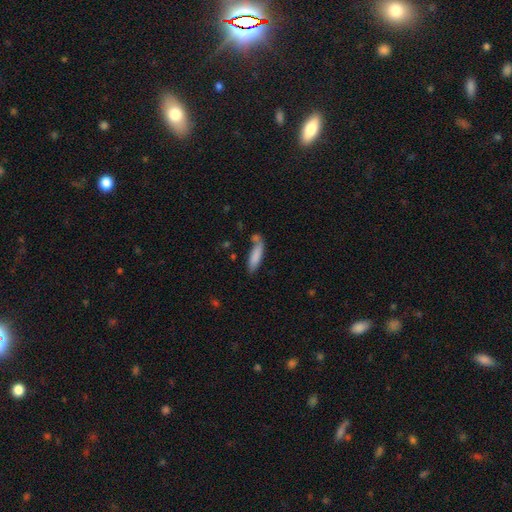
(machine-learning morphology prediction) type=smooth (81%); roundness=cigar-shaped (65%); merging=none (54%).